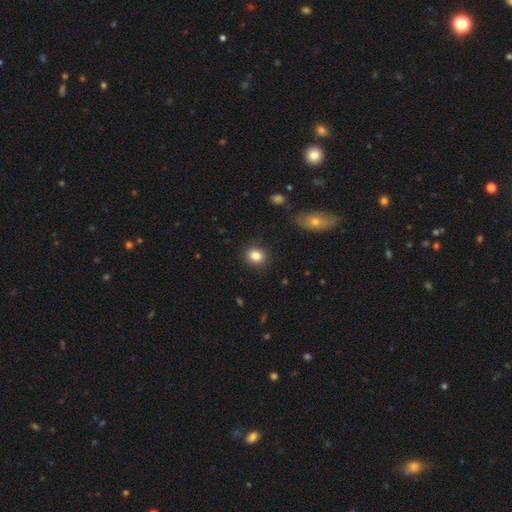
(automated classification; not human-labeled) This is clearly a smooth galaxy (85%). How rounded: likely round (70%). Merging: clearly none (89%).